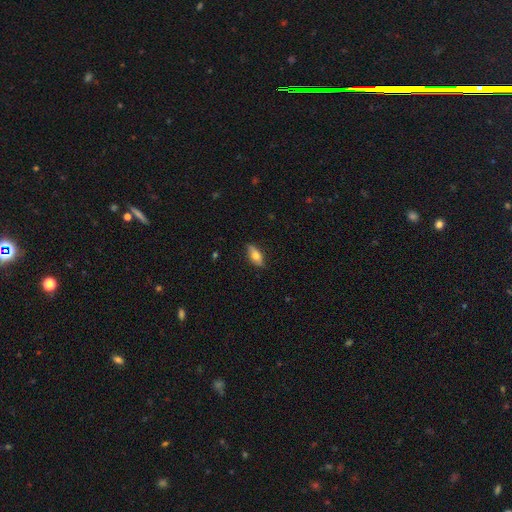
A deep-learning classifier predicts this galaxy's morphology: Smooth or featured? Predicted: smooth (p=0.59). How rounded? Predicted: in between (p=0.75). Merging? Predicted: none (p=0.82).